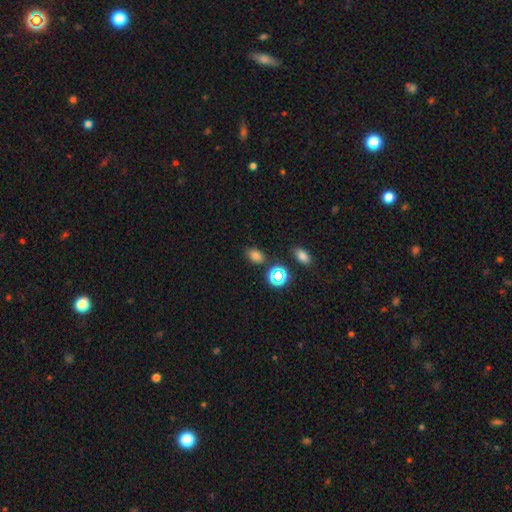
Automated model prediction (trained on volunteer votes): A smooth galaxy with no disk features (76%) that is in between round and cigar-shaped (78%). Merging: none (81%).